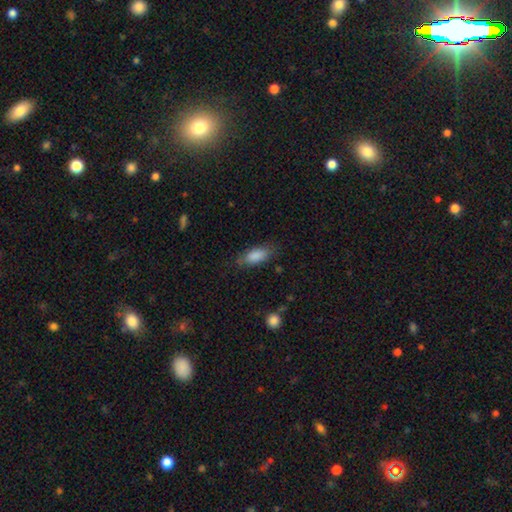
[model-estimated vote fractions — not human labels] smooth 85%, featured or disk 8%, star or artifact 7%. Down the decision tree: how rounded — in between (83%); merging — none (74%).